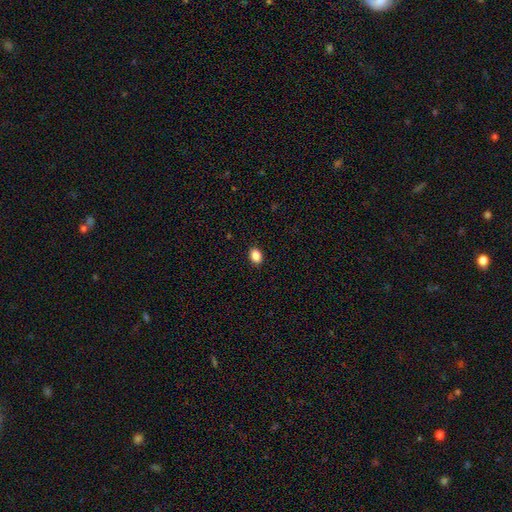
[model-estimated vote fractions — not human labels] smooth 87%, star or artifact 9%, featured or disk 4%. Down the decision tree: how rounded — in between (71%); merging — none (91%).